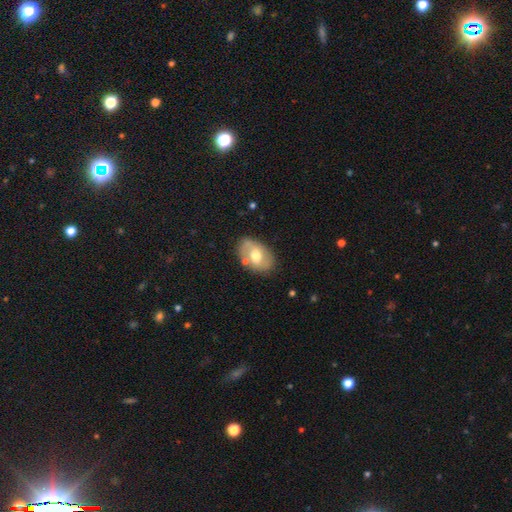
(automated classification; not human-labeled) Smooth or featured? smooth (55%)
How rounded? in between (84%)
Merging? none (71%)